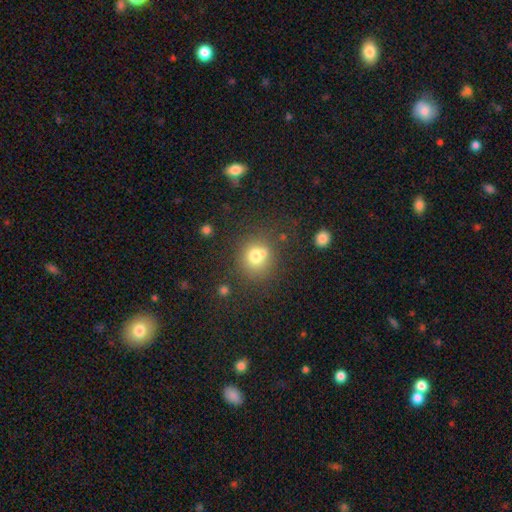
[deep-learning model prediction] smooth 71%, star or artifact 15%, featured or disk 14%. Down the decision tree: how rounded — round (82%); merging — none (56%).